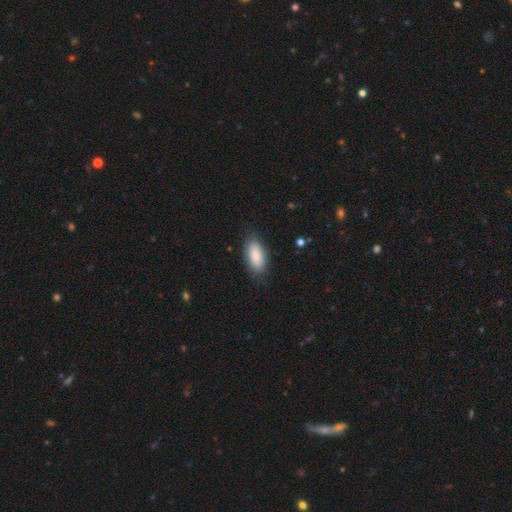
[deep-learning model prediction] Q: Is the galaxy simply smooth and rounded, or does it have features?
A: smooth — 86%.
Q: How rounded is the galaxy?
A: in between — 88%.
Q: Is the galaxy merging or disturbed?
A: none — 80%.